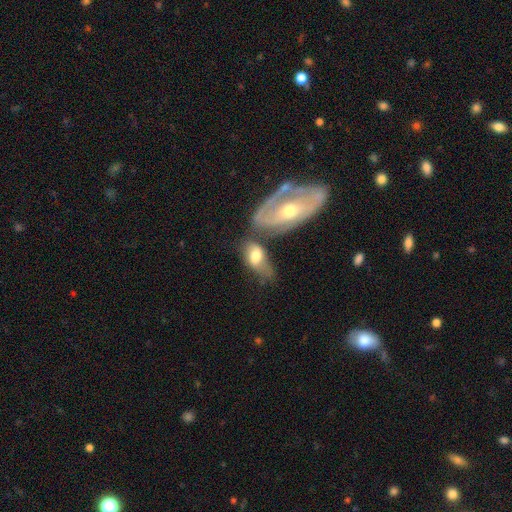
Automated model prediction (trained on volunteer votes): Q: Smooth or featured?
A: smooth (55%); runner-up: featured or disk (38%)
Q: How rounded?
A: in between (90%); runner-up: round (6%)
Q: Merging?
A: merger (36%); runner-up: none (27%)